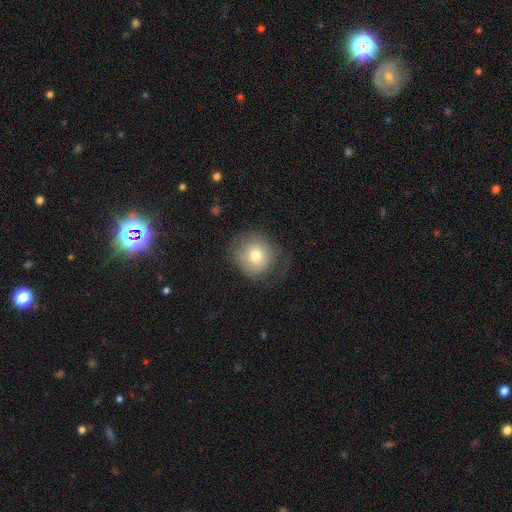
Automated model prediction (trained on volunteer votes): Morphology: type=smooth (74%); roundness=round (86%); merging=none (59%).